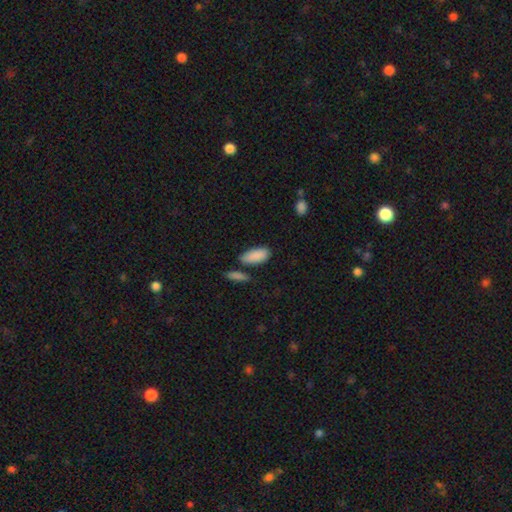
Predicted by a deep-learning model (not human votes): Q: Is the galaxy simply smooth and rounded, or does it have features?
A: smooth — 89%.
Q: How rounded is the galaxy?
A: in between — 86%.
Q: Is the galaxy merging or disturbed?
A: none — 71%.